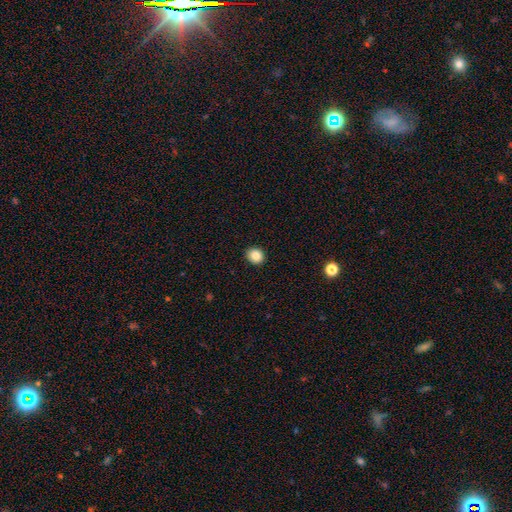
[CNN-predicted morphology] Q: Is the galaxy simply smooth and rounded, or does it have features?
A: smooth — 86%.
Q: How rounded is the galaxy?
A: round — 77%.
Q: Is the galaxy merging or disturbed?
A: none — 92%.